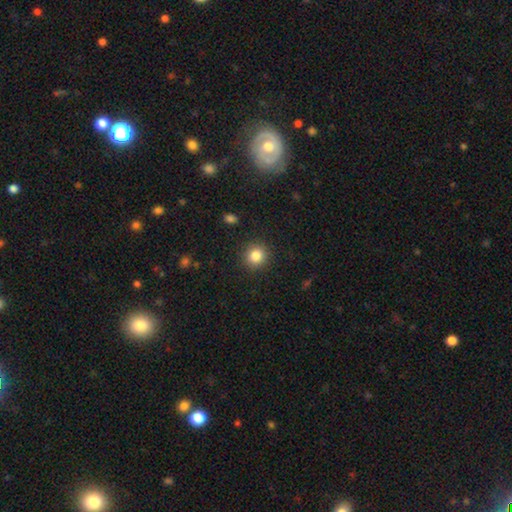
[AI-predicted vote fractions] This appears to be a smooth galaxy with no disk features (84%) that is round (91%). Merging: none (90%).